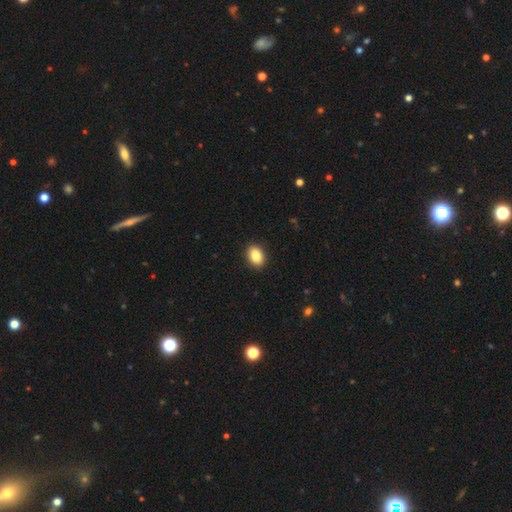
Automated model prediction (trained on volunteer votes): Smooth or featured?
  - smooth: 87% *
  - star or artifact: 8%
  - featured or disk: 5%
How rounded?
  - in between: 78% *
  - round: 21%
  - cigar-shaped: 1%
Merging?
  - none: 91% *
  - minor disturbance: 6%
  - major disturbance: 2%
  - merger: 1%